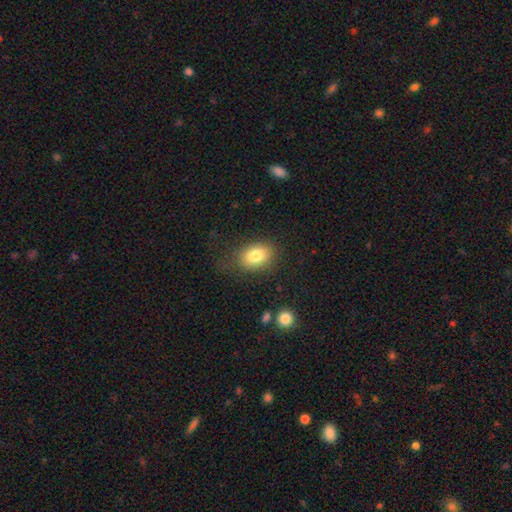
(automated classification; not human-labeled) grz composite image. It shows a smooth galaxy with no disk features (80%) that is in between round and cigar-shaped (72%). Merging: none (74%).